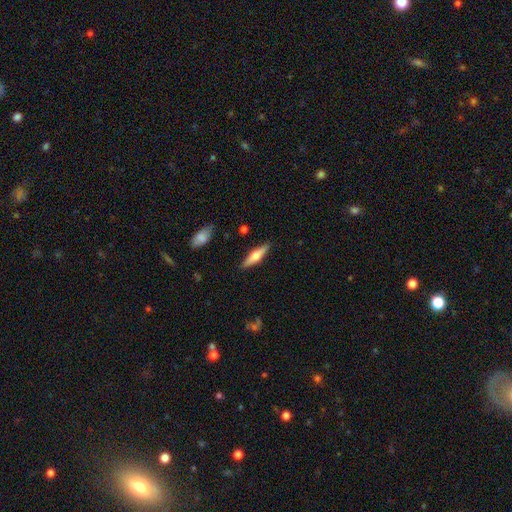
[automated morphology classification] The model was most divided on "smooth or featured": featured or disk: 50%, smooth: 45%, star or artifact: 6%. More confident: merging — none (88%).